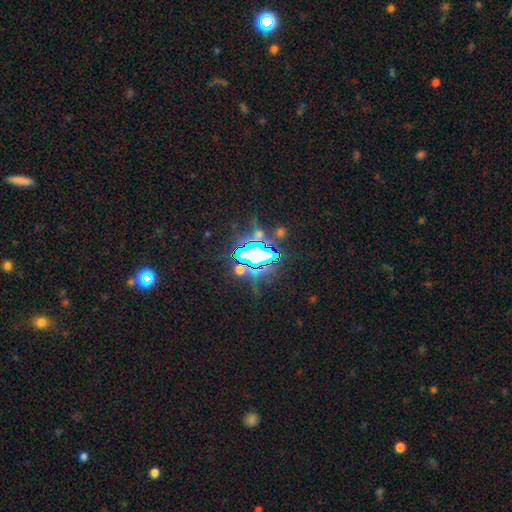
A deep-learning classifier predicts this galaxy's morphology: star or artifact 75%, smooth 14%, featured or disk 11%.